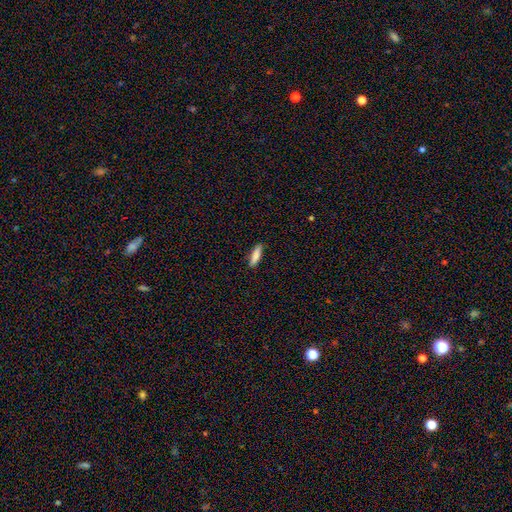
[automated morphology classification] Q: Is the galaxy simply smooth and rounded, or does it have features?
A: smooth — 84%.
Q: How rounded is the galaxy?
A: cigar-shaped — 63%.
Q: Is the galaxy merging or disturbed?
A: none — 89%.